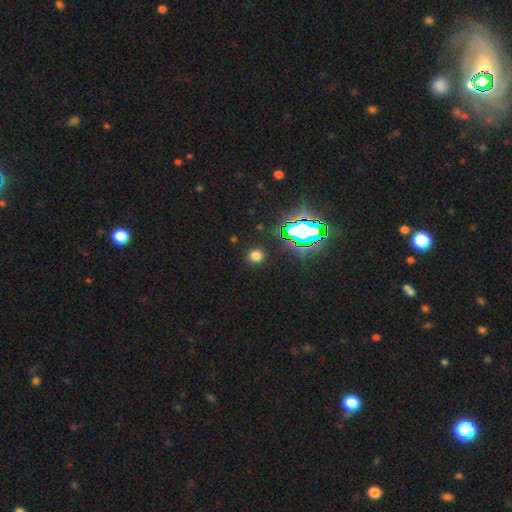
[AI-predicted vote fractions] Smooth or featured? smooth (69%)
How rounded? round (87%)
Merging? none (90%)